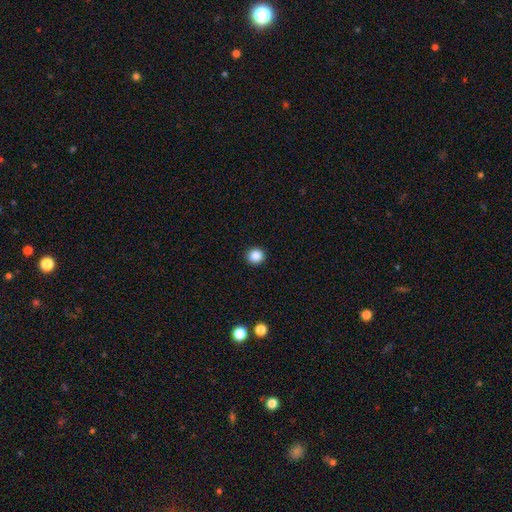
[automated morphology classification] A smooth galaxy with no disk features (87%) that is round (94%). Merging: none (93%).